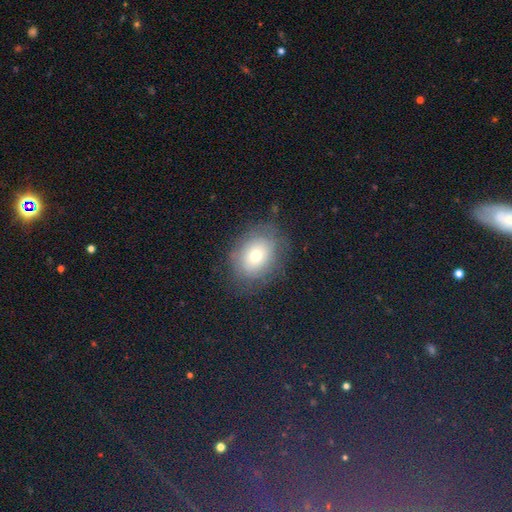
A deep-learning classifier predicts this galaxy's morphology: Smooth or featured: smooth — 62% (featured or disk — 25%)
How rounded: in between — 59% (round — 40%)
Merging: none — 76% (minor disturbance — 16%)